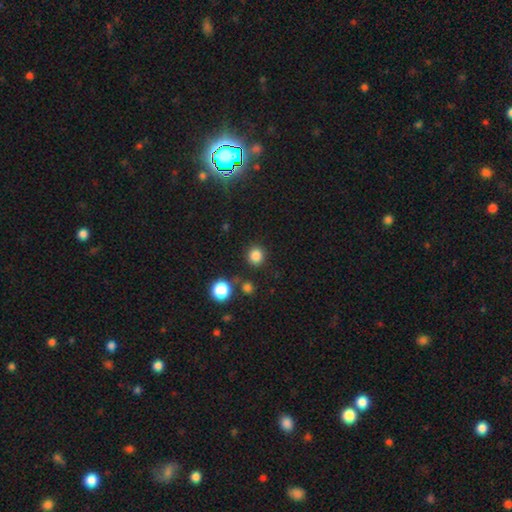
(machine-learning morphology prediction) The model was most divided on "smooth or featured": smooth: 83%, star or artifact: 13%, featured or disk: 4%. More confident: how rounded — round (89%); merging — none (86%).